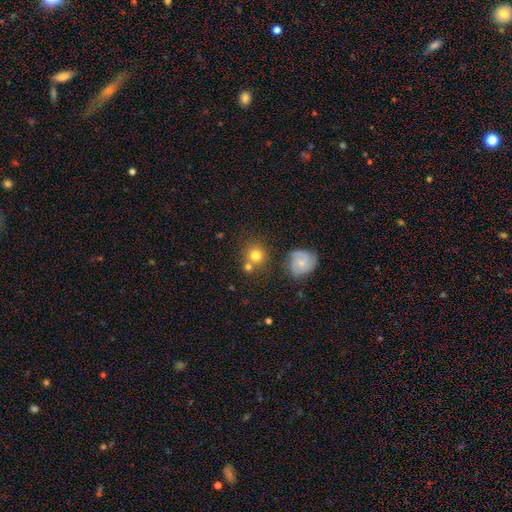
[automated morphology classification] smooth-or-featured: smooth: 75% | featured or disk: 16% | star or artifact: 10%
  how-rounded: round: 88% | in between: 11% | cigar-shaped: 1%
  merging: none: 67% | merger: 18% | minor disturbance: 11% | major disturbance: 4%